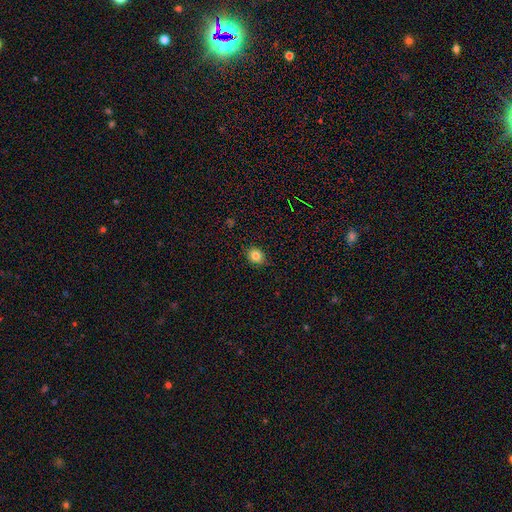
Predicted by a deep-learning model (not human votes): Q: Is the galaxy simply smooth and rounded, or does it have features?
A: smooth — 83%.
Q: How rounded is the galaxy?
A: round — 71%.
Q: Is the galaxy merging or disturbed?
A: none — 88%.